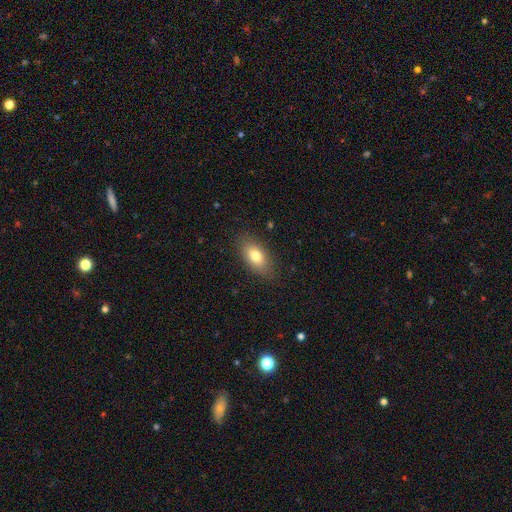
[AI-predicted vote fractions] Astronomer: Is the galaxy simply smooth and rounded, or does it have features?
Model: smooth — 78%.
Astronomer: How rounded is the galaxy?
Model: in between — 88%.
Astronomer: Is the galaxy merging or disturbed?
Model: none — 85%.